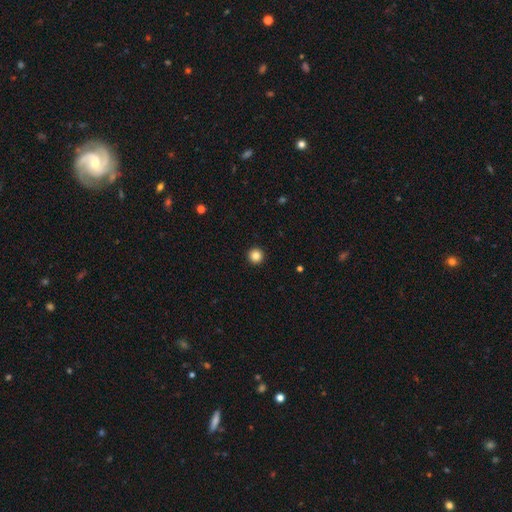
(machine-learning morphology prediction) smooth-or-featured: smooth: 85% | star or artifact: 11% | featured or disk: 4%
  how-rounded: round: 97% | in between: 3% | cigar-shaped: 1%
  merging: none: 94% | minor disturbance: 4% | major disturbance: 1% | merger: 1%